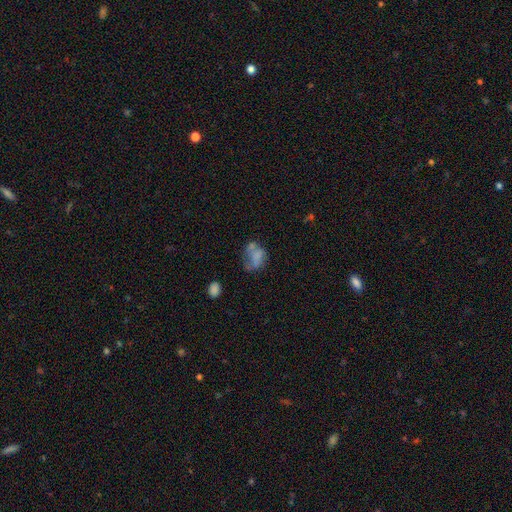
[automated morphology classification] Smooth or featured? smooth (55%)
How rounded? in between (70%)
Merging? none (30%)